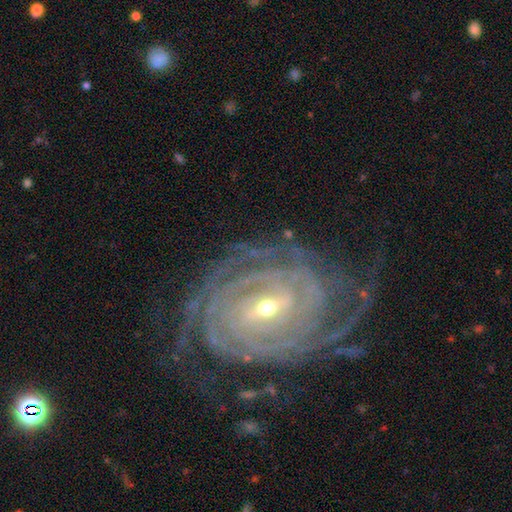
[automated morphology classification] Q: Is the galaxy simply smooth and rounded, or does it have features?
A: featured or disk — 91%.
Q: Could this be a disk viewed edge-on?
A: no — 97%.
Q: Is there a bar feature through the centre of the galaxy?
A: weak — 43%.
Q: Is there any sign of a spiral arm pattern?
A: yes — 98%.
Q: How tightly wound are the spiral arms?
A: tight — 84%.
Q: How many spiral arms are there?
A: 4 — 23%.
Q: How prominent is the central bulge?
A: small — 57%.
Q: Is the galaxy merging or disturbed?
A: none — 75%.